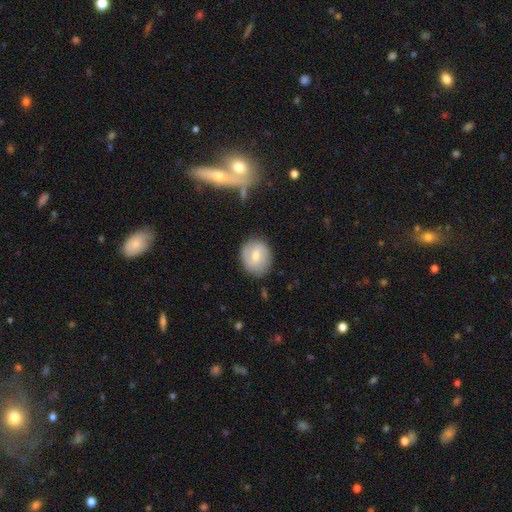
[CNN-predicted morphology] Smooth or featured?
  - smooth: 59% *
  - featured or disk: 34%
  - star or artifact: 7%
How rounded?
  - round: 65% *
  - in between: 34%
  - cigar-shaped: 1%
Merging?
  - none: 81% *
  - minor disturbance: 14%
  - major disturbance: 4%
  - merger: 2%